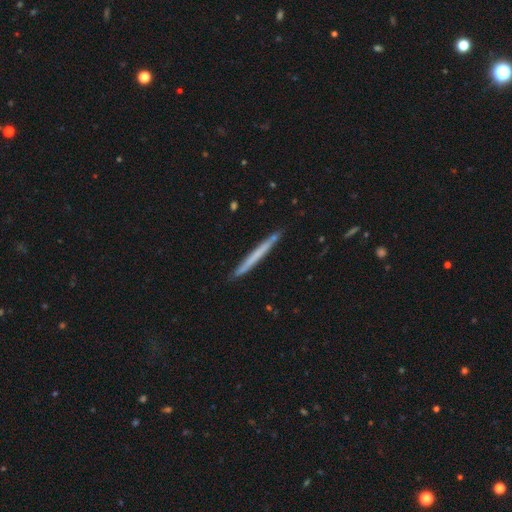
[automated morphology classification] smooth-or-featured: smooth: 55% | featured or disk: 39% | star or artifact: 6%
  how-rounded: cigar-shaped: 97% | in between: 1% | round: 1%
  merging: none: 89% | minor disturbance: 8% | merger: 1% | major disturbance: 1%